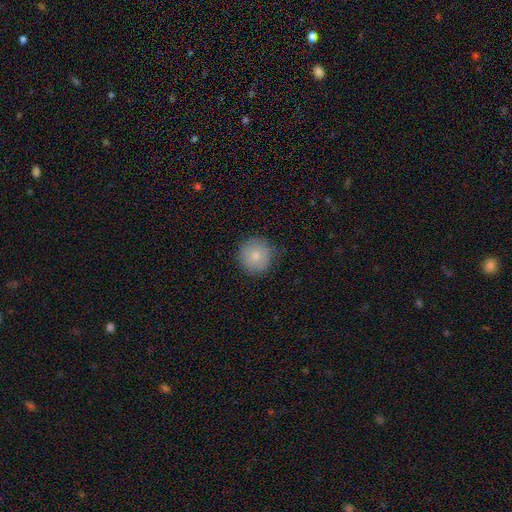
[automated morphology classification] Q: Smooth or featured?
A: smooth (80%); runner-up: featured or disk (12%)
Q: How rounded?
A: round (94%); runner-up: in between (5%)
Q: Merging?
A: none (82%); runner-up: minor disturbance (14%)